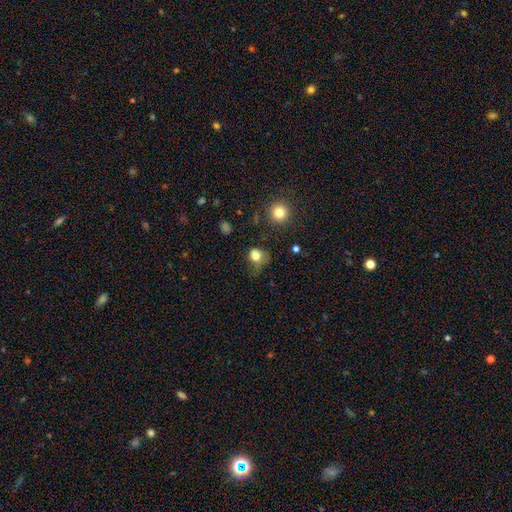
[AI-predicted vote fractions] A smooth galaxy with no disk features (78%) that is round (62%).

Vote fractions:
- Smooth or featured? smooth: 78% / star or artifact: 12% / featured or disk: 9%
- How rounded? round: 62% / in between: 37% / cigar-shaped: 1%
- Merging? none: 34% / major disturbance: 32% / minor disturbance: 30% / merger: 4%